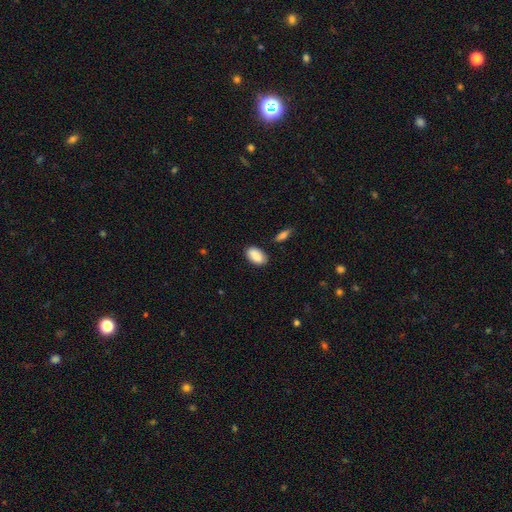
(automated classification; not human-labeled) Smooth or featured? Predicted: smooth (p=0.89). How rounded? Predicted: in between (p=0.93). Merging? Predicted: none (p=0.84).